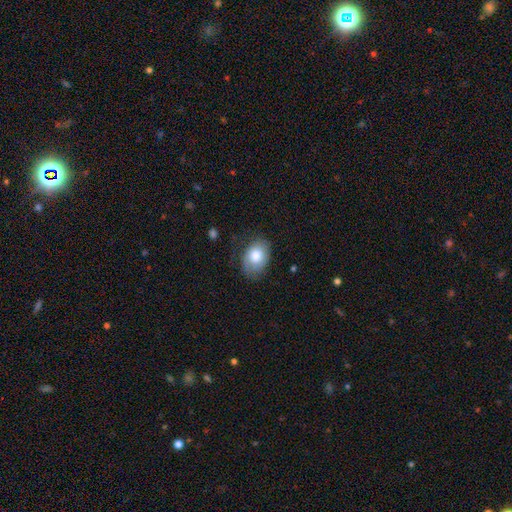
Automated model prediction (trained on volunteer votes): A smooth galaxy with no disk features (76%) that is in between round and cigar-shaped (77%). Merging: none (65%).